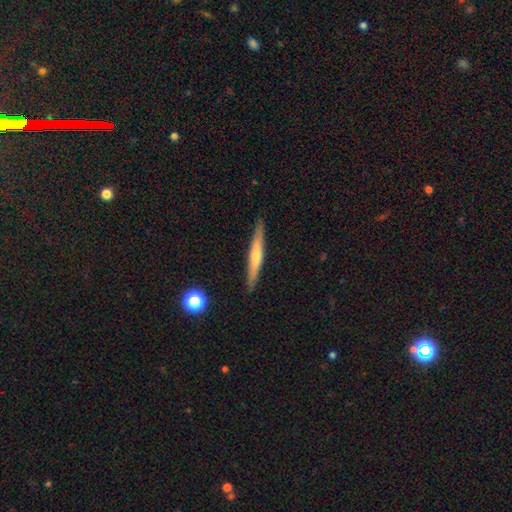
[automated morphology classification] The model was most divided on "smooth or featured": featured or disk: 59%, smooth: 35%, star or artifact: 7%. More confident: edge-on disk — yes (96%); merging — none (91%); edge-on bulge — rounded (68%).